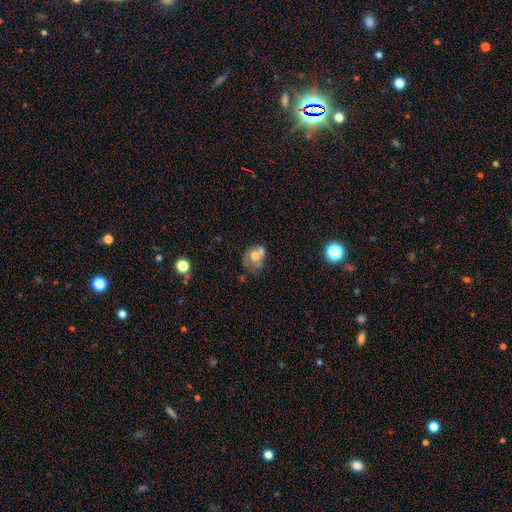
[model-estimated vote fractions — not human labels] Smooth or featured?
  - smooth: 56% *
  - featured or disk: 34%
  - star or artifact: 10%
How rounded?
  - round: 52% *
  - in between: 47%
  - cigar-shaped: 1%
Merging?
  - merger: 40% *
  - none: 26%
  - minor disturbance: 19%
  - major disturbance: 15%